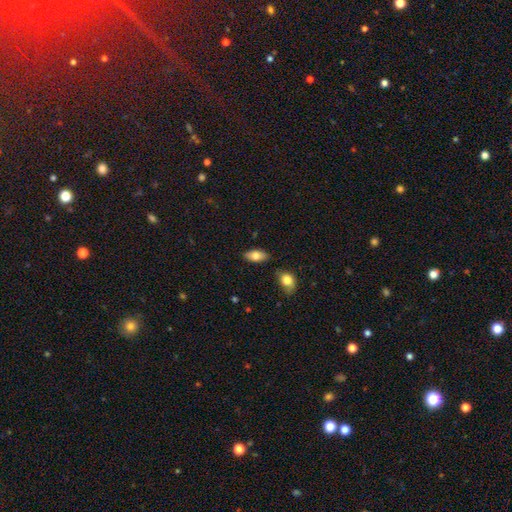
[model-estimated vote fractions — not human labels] This is likely a smooth galaxy (78%). How rounded: clearly in between (90%). Merging: clearly none (81%).